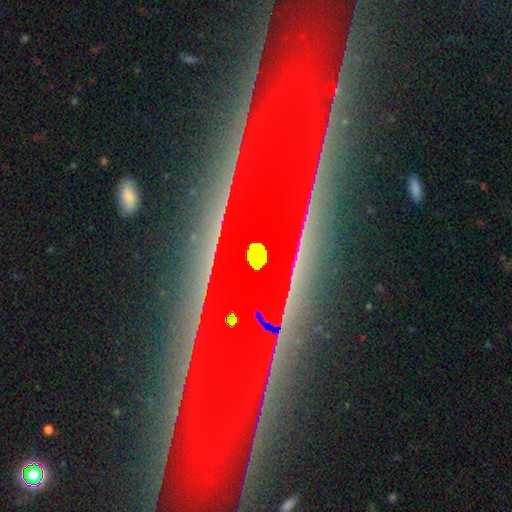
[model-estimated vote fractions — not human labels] Smooth or featured? Predicted: star or artifact (p=0.75).